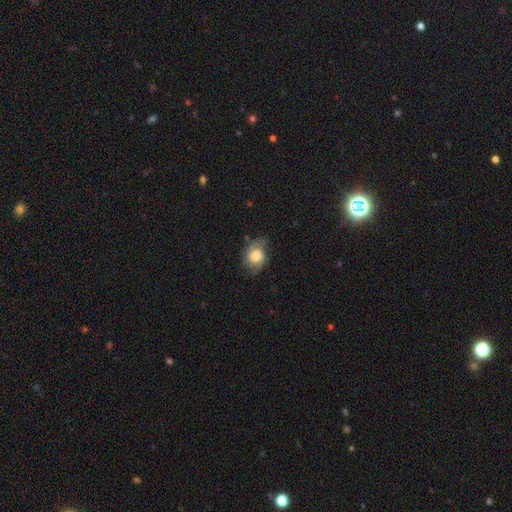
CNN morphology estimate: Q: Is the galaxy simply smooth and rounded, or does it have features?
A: featured or disk — 63%.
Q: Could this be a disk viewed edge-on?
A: no — 97%.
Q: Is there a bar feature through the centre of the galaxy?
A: no — 69%.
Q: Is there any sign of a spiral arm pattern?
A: yes — 90%.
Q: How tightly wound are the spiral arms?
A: medium — 45%.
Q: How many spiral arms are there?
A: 2 — 82%.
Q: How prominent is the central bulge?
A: moderate — 53%.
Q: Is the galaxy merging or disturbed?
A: none — 65%.